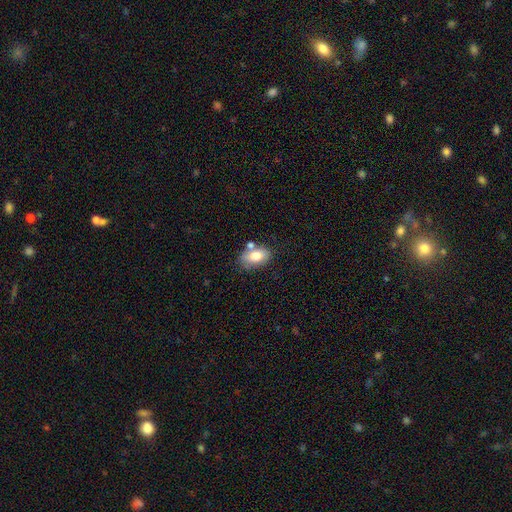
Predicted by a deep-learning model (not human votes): This appears to be a smooth galaxy with no disk features (78%) that is in between round and cigar-shaped (88%). Merging: none (60%).